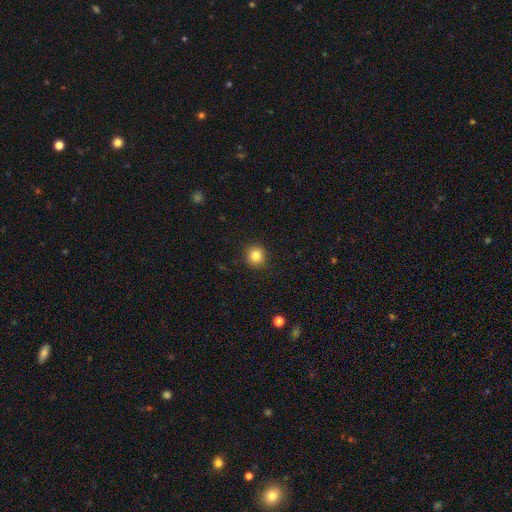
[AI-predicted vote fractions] A smooth galaxy with no disk features (84%) that is round (91%).

Vote fractions:
- Smooth or featured? smooth: 84% / star or artifact: 11% / featured or disk: 5%
- How rounded? round: 91% / in between: 8% / cigar-shaped: 1%
- Merging? none: 91% / minor disturbance: 6% / major disturbance: 2% / merger: 1%